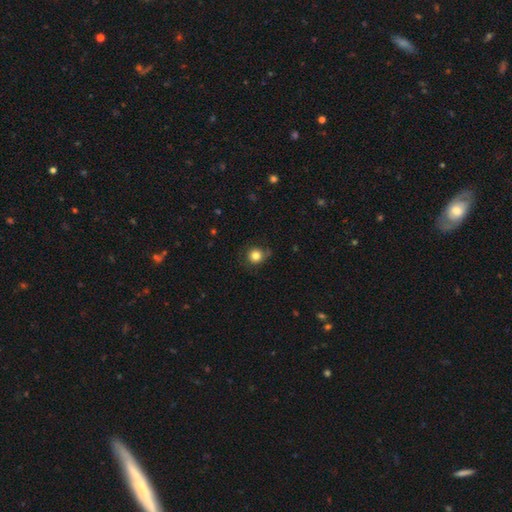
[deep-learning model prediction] smooth-or-featured: smooth: 82% | star or artifact: 11% | featured or disk: 8%
  how-rounded: round: 90% | in between: 9% | cigar-shaped: 1%
  merging: none: 75% | minor disturbance: 18% | major disturbance: 5% | merger: 2%